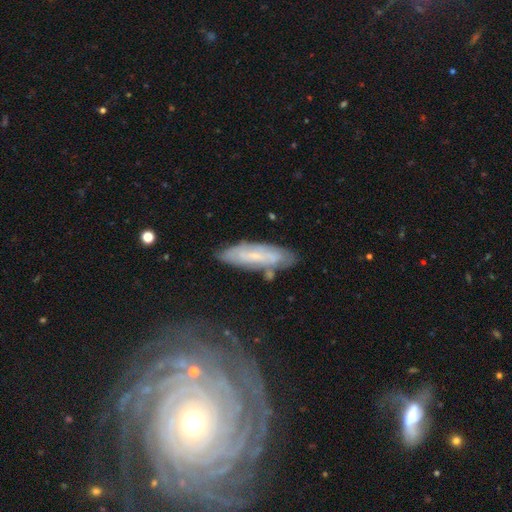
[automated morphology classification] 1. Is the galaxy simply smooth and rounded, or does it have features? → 51% featured or disk, 42% smooth, 8% star or artifact.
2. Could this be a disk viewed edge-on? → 71% no, 29% yes.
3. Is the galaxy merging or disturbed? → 76% none, 16% minor disturbance, 4% merger, 4% major disturbance.